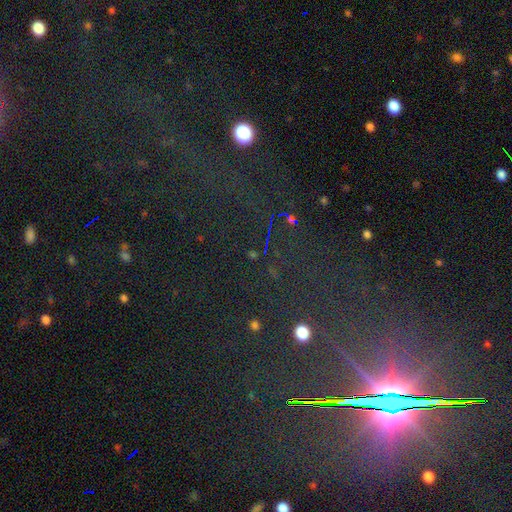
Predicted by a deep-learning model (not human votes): The model was most divided on "smooth or featured": star or artifact: 82%, smooth: 9%, featured or disk: 9%.